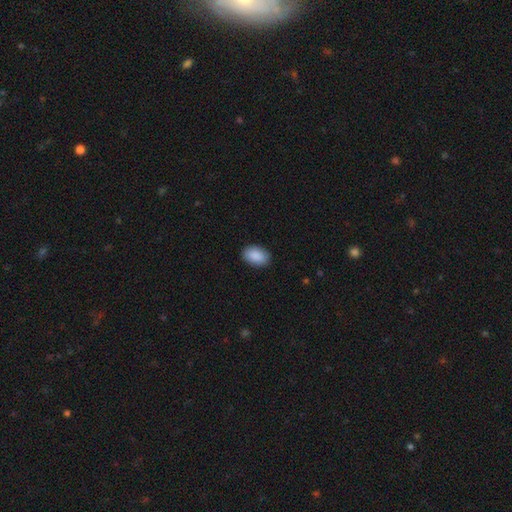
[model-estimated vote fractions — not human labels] smooth-or-featured: smooth: 91% | star or artifact: 6% | featured or disk: 3%
  how-rounded: in between: 91% | round: 7% | cigar-shaped: 1%
  merging: none: 89% | minor disturbance: 9% | major disturbance: 2% | merger: 1%